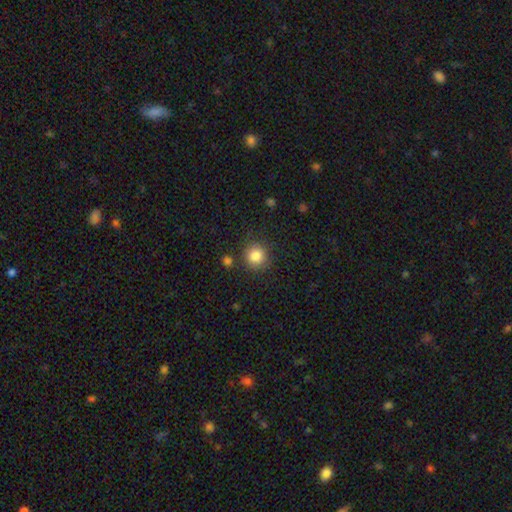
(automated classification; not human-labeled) Smooth or featured? Predicted: smooth (p=0.85). How rounded? Predicted: round (p=0.91). Merging? Predicted: none (p=0.84).